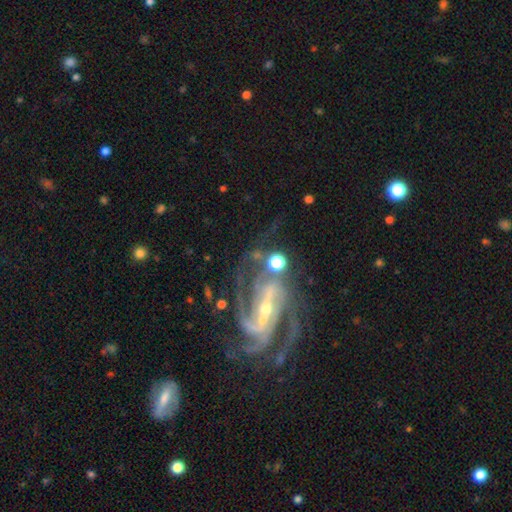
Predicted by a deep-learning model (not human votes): smooth_or_featured: featured or disk (p=0.88) [alt: star or artifact p=0.08]
disk_edge_on: no (p=0.97) [alt: yes p=0.03]
bar: strong (p=0.58) [alt: weak p=0.28]
has_spiral_arms: yes (p=0.98) [alt: no p=0.02]
spiral_winding: medium (p=0.49) [alt: tight p=0.38]
spiral_arm_count: 3 (p=0.34) [alt: 2 p=0.26]
bulge_size: small (p=0.60) [alt: moderate p=0.34]
merging: none (p=0.56) [alt: major disturbance p=0.17]